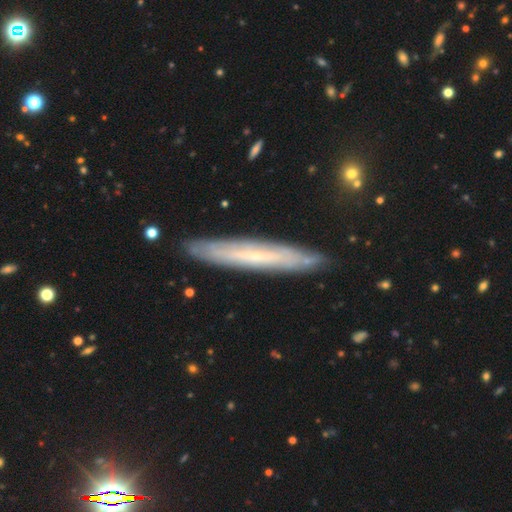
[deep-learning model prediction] Smooth or featured: featured or disk — 58% (smooth — 34%)
Edge-on disk: yes — 75% (no — 25%)
Merging: none — 87% (minor disturbance — 9%)